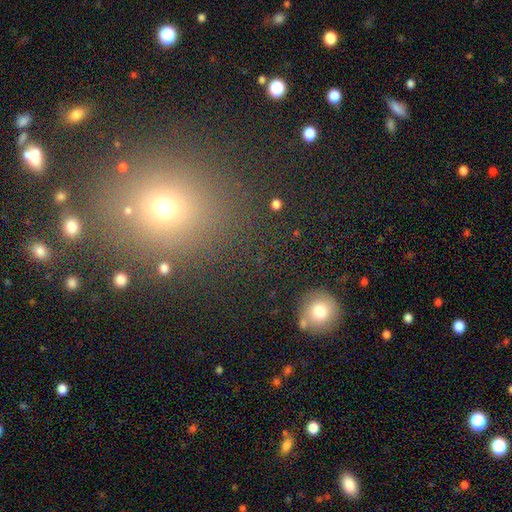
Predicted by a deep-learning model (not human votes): Smooth or featured: smooth — 55% (star or artifact — 35%)
How rounded: round — 81% (in between — 17%)
Merging: none — 83% (minor disturbance — 8%)